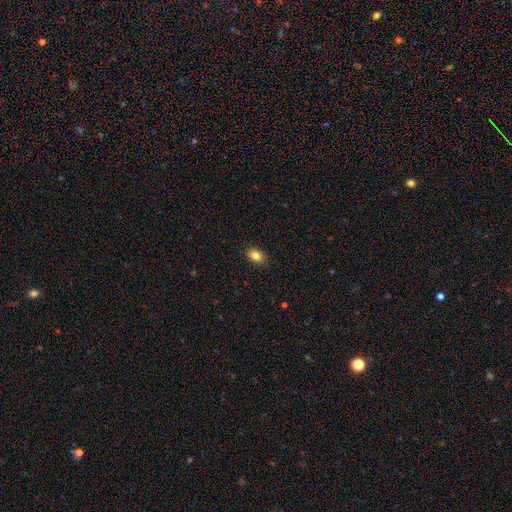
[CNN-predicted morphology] Smooth or featured? Predicted: smooth (p=0.84). How rounded? Predicted: in between (p=0.77). Merging? Predicted: none (p=0.88).